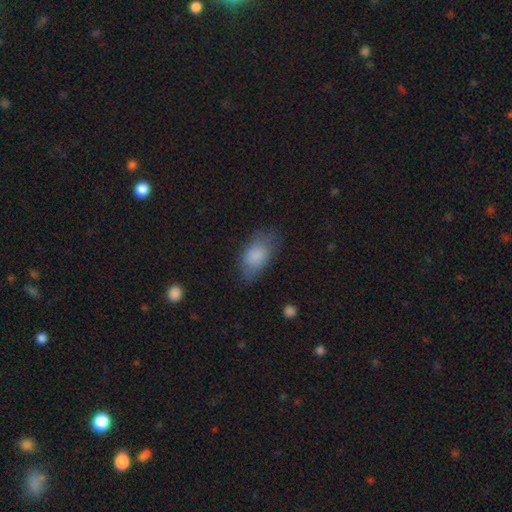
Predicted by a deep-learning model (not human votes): The model was most divided on "merging": none: 65%, minor disturbance: 23%, major disturbance: 10%, merger: 2%. More confident: how rounded — in between (91%); smooth or featured — smooth (82%).